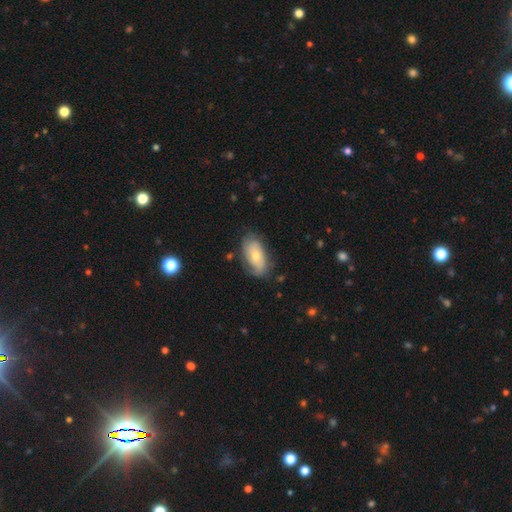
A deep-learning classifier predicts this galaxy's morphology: Smooth or featured?
  - smooth: 48% *
  - featured or disk: 46%
  - star or artifact: 6%
Merging?
  - none: 68% *
  - minor disturbance: 24%
  - major disturbance: 7%
  - merger: 2%